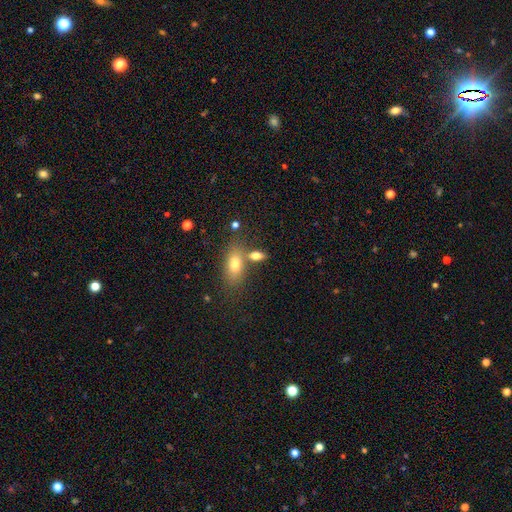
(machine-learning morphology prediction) Smooth or featured?
  - smooth: 76% *
  - featured or disk: 15%
  - star or artifact: 9%
How rounded?
  - in between: 77% *
  - cigar-shaped: 15%
  - round: 9%
Merging?
  - none: 57% *
  - merger: 26%
  - minor disturbance: 12%
  - major disturbance: 5%